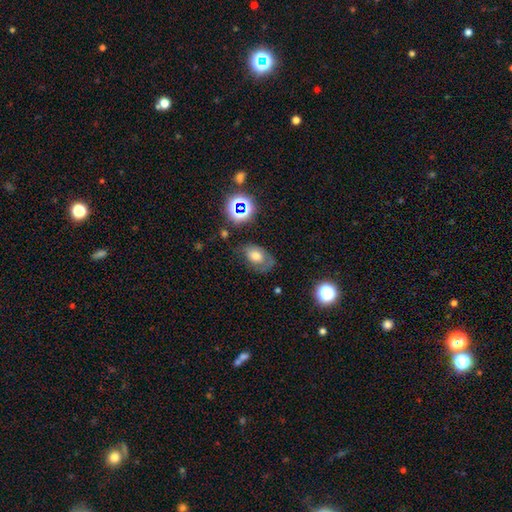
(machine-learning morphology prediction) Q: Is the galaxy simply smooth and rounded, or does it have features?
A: smooth — 61%.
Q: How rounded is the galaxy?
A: in between — 82%.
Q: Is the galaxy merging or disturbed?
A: none — 51%.